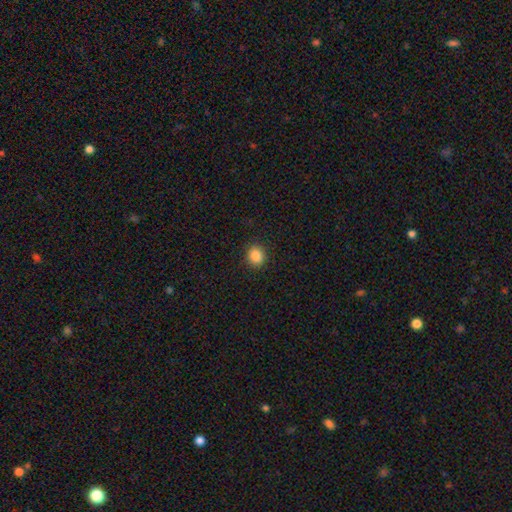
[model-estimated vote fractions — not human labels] This is clearly a smooth galaxy (86%). How rounded: likely round (76%). Merging: clearly none (90%).